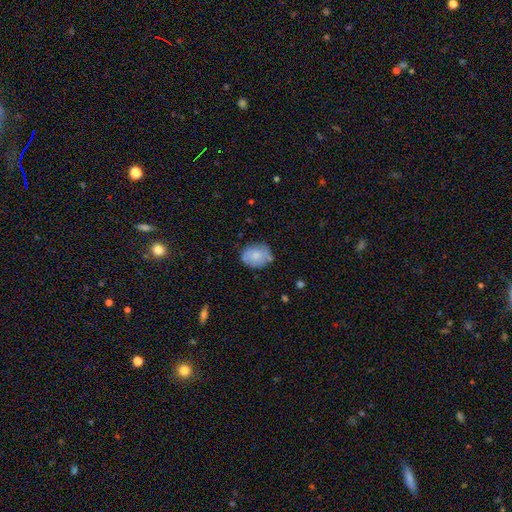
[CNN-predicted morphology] type=smooth (73%); roundness=round (50%); merging=none (71%).